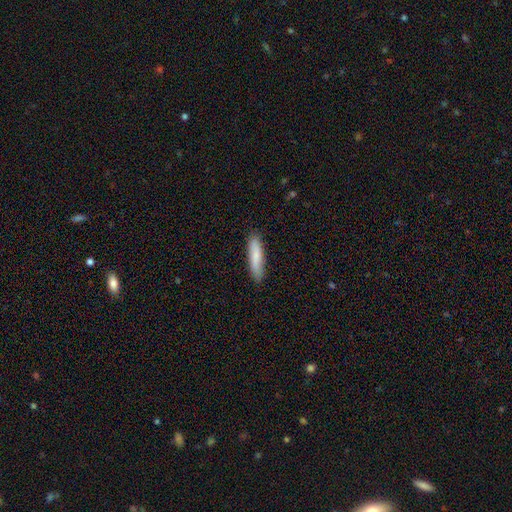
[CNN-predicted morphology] smooth-or-featured: smooth: 80% | featured or disk: 14% | star or artifact: 6%
  how-rounded: cigar-shaped: 78% | in between: 20% | round: 1%
  merging: none: 87% | minor disturbance: 10% | major disturbance: 2% | merger: 1%